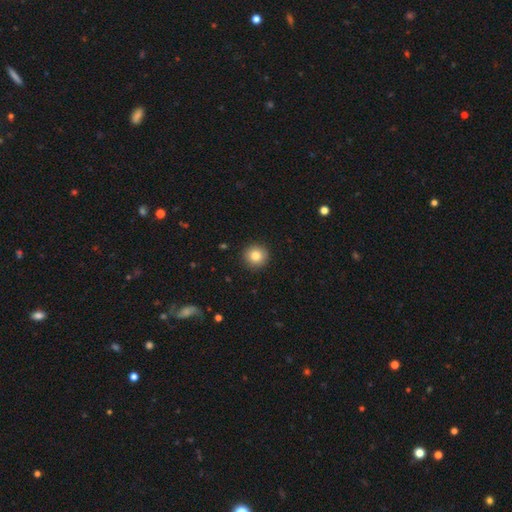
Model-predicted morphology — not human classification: Smooth or featured? Predicted: smooth (p=0.83). How rounded? Predicted: round (p=0.95). Merging? Predicted: none (p=0.93).